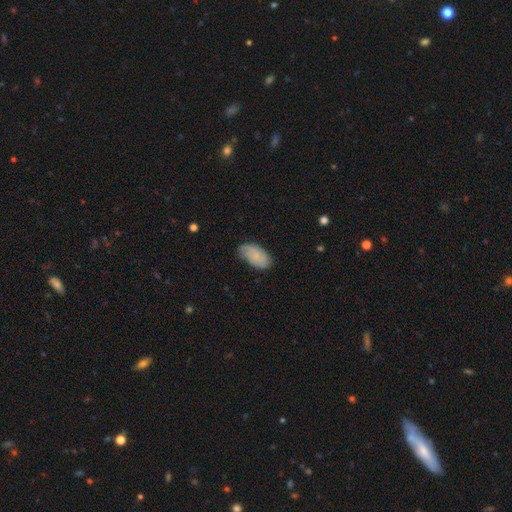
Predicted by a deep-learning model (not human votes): A smooth galaxy with no disk features (59%) that is in between round and cigar-shaped (93%). Merging: none (64%).